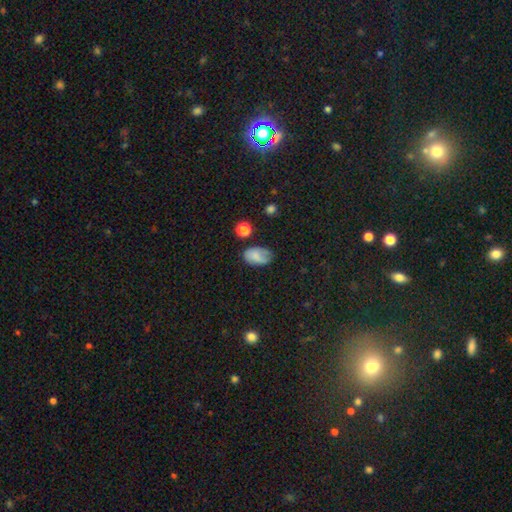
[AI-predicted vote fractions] smooth-or-featured: smooth: 75% | featured or disk: 15% | star or artifact: 10%
  how-rounded: in between: 88% | round: 10% | cigar-shaped: 1%
  merging: none: 54% | minor disturbance: 32% | major disturbance: 10% | merger: 4%